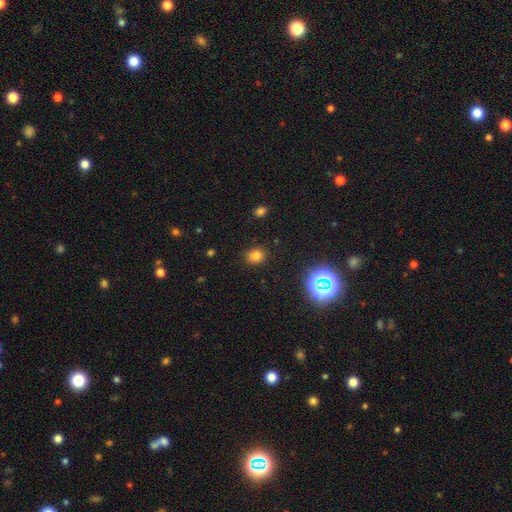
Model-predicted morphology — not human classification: Smooth or featured: smooth — 77% (star or artifact — 17%)
How rounded: round — 63% (in between — 36%)
Merging: none — 87% (minor disturbance — 9%)